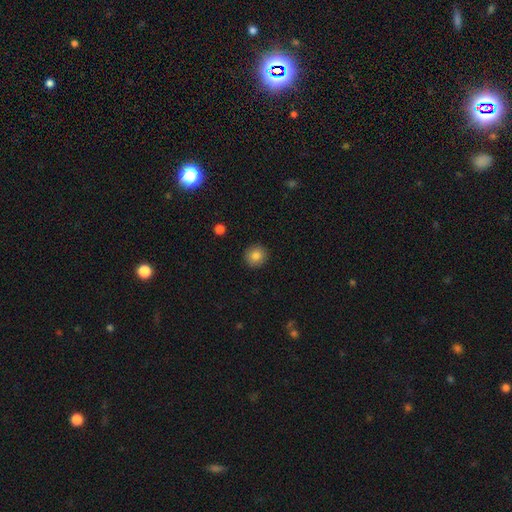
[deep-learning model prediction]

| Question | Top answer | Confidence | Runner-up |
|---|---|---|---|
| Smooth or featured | smooth | 84% | star or artifact (9%) |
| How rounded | round | 92% | in between (7%) |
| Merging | none | 91% | minor disturbance (6%) |